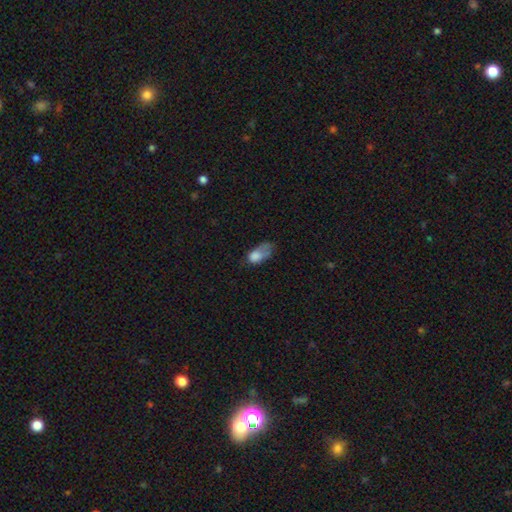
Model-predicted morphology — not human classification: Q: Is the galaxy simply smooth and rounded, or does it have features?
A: smooth — 73%.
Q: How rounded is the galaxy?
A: in between — 87%.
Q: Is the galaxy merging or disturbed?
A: major disturbance — 38%.